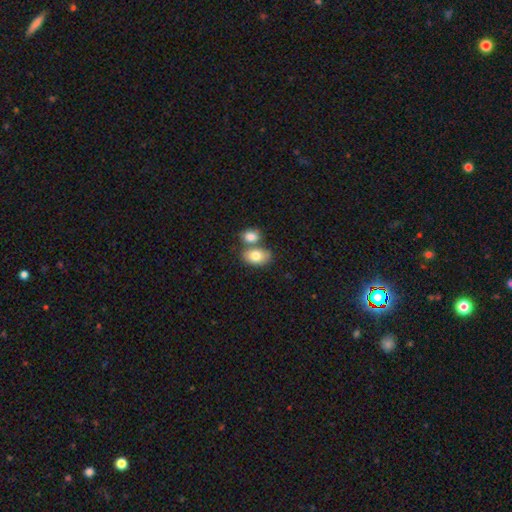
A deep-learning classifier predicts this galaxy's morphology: smooth 80%, featured or disk 13%, star or artifact 7%. Down the decision tree: how rounded — in between (85%); merging — none (44%).